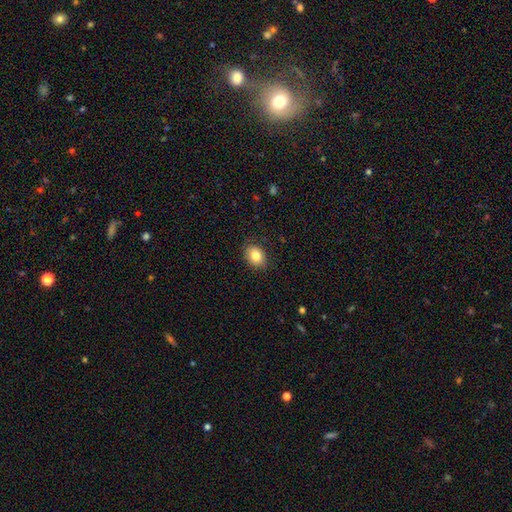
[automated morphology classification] Smooth or featured?
  - smooth: 83% *
  - star or artifact: 9%
  - featured or disk: 8%
How rounded?
  - in between: 64% *
  - round: 35%
  - cigar-shaped: 1%
Merging?
  - none: 86% *
  - minor disturbance: 11%
  - major disturbance: 2%
  - merger: 1%